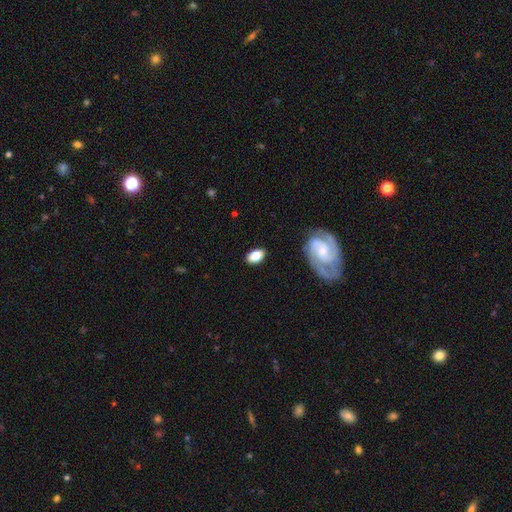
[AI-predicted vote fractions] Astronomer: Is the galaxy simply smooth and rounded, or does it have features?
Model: smooth — 79%.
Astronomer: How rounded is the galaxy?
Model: in between — 91%.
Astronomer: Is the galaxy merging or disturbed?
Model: none — 83%.